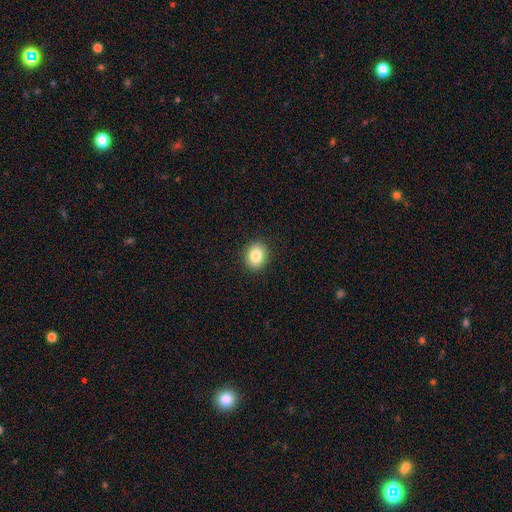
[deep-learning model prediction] The model was most divided on "how rounded": in between: 51%, round: 49%, cigar-shaped: 1%. More confident: merging — none (90%); smooth or featured — smooth (85%).